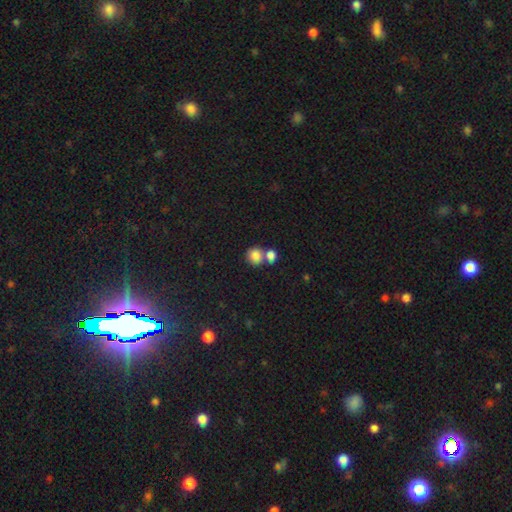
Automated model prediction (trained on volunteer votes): Q: Smooth or featured?
A: smooth (83%); runner-up: star or artifact (9%)
Q: How rounded?
A: round (79%); runner-up: in between (20%)
Q: Merging?
A: merger (46%); runner-up: none (43%)